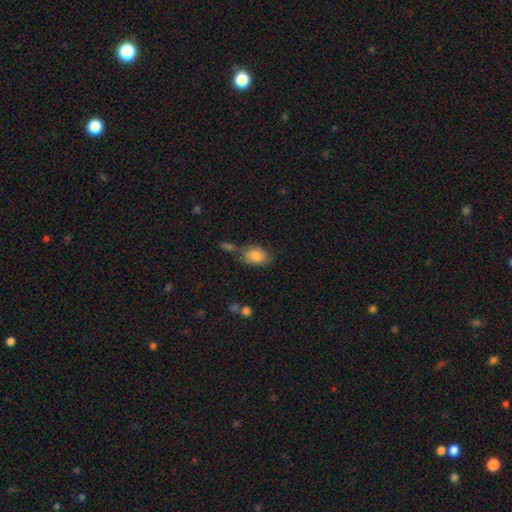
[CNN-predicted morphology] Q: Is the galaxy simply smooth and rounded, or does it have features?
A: smooth — 79%.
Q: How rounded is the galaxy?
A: in between — 78%.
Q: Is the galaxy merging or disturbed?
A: none — 57%.